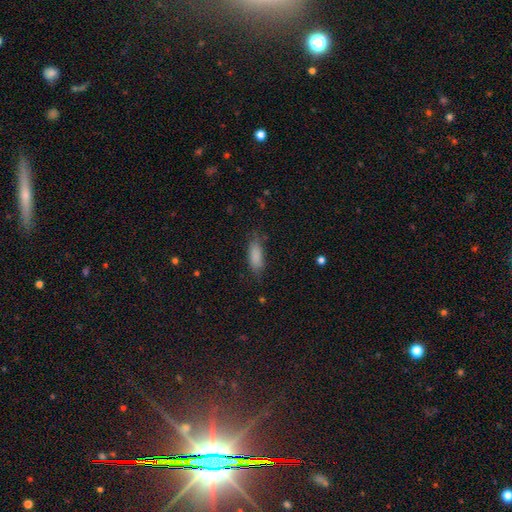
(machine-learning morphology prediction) Q: Smooth or featured?
A: smooth (85%); runner-up: featured or disk (8%)
Q: How rounded?
A: in between (70%); runner-up: cigar-shaped (28%)
Q: Merging?
A: none (72%); runner-up: minor disturbance (21%)